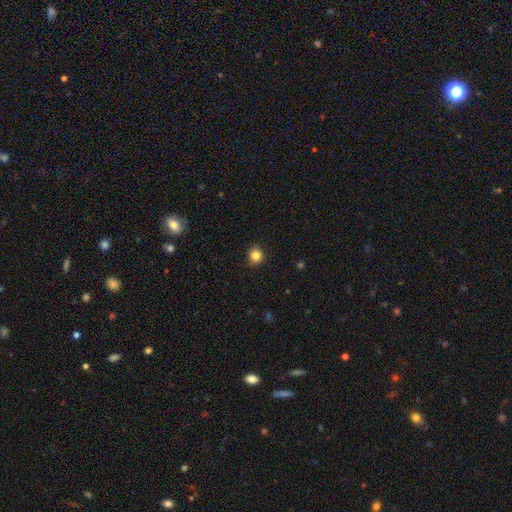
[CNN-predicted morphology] Smooth or featured? smooth (84%)
How rounded? round (82%)
Merging? none (89%)